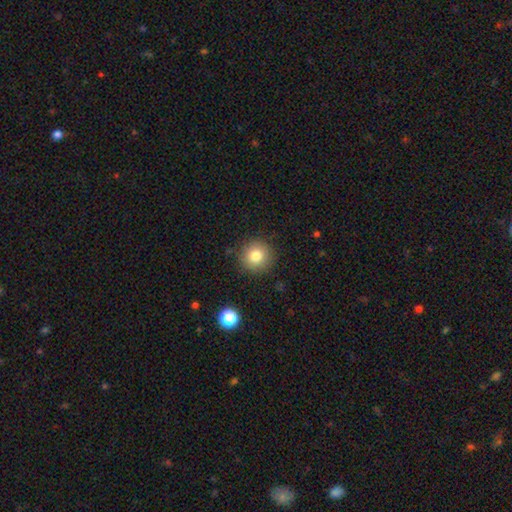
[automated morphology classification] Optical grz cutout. It shows a smooth galaxy with no disk features (80%) that is round (94%). Merging: none (89%).